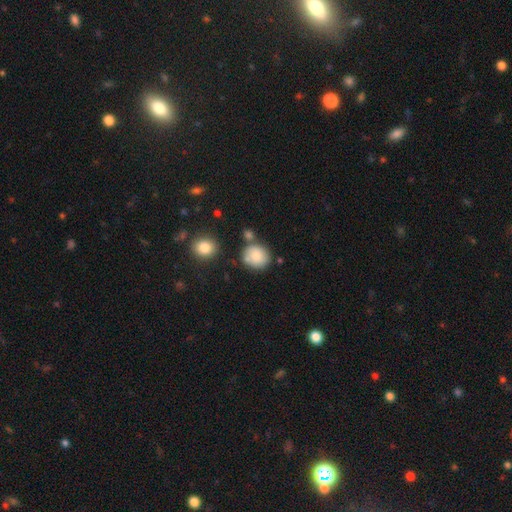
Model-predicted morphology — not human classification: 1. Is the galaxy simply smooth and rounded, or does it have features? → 81% smooth, 11% featured or disk, 8% star or artifact.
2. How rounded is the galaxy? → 76% round, 23% in between, 1% cigar-shaped.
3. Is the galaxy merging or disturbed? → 66% none, 17% minor disturbance, 12% merger, 5% major disturbance.